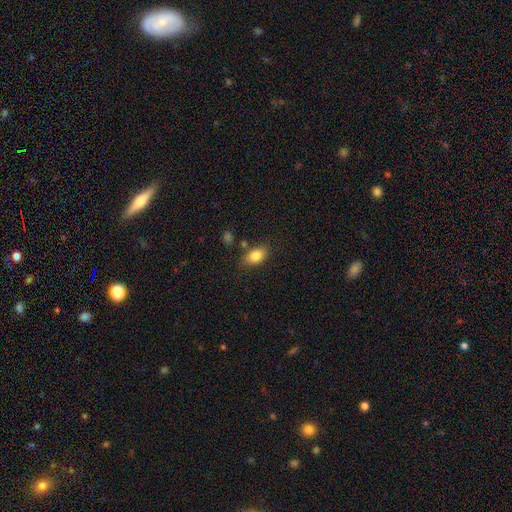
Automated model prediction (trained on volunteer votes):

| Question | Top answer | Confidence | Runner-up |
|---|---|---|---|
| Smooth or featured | smooth | 84% | star or artifact (8%) |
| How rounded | in between | 86% | round (12%) |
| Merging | none | 75% | minor disturbance (15%) |